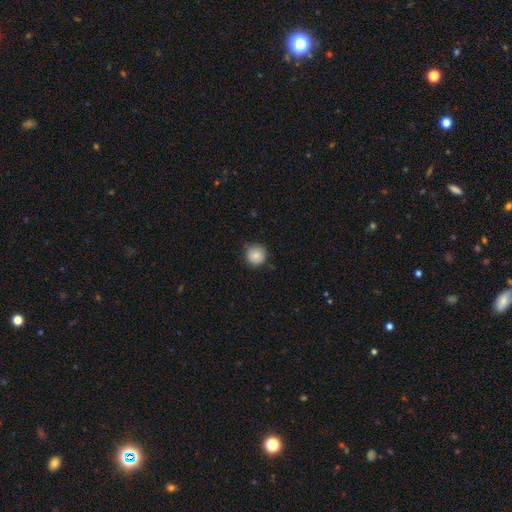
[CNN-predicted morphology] A smooth galaxy with no disk features (85%) that is round (93%). Merging: none (77%).